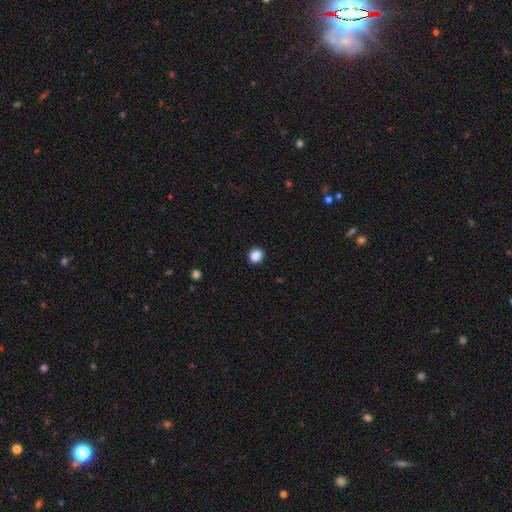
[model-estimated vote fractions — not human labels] Smooth or featured? Predicted: smooth (p=0.88). How rounded? Predicted: round (p=0.81). Merging? Predicted: none (p=0.92).